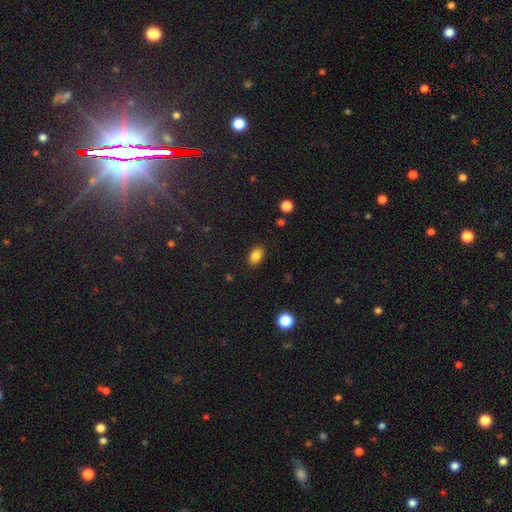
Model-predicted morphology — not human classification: smooth_or_featured: smooth (p=0.85) [alt: star or artifact p=0.10]
how_rounded: in between (p=0.85) [alt: round p=0.13]
merging: none (p=0.87) [alt: minor disturbance p=0.10]